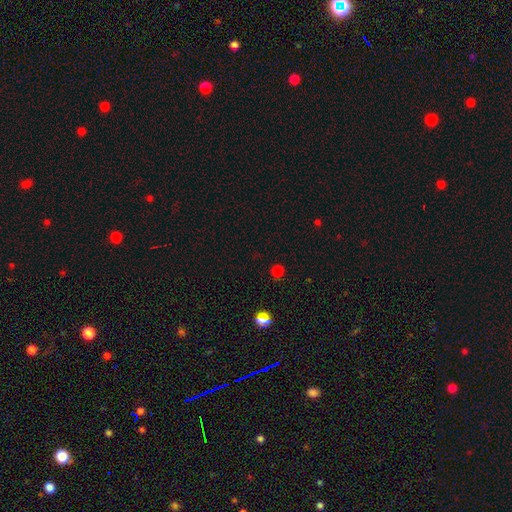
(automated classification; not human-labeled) Smooth or featured? Predicted: smooth (p=0.49). Merging? Predicted: none (p=0.87).